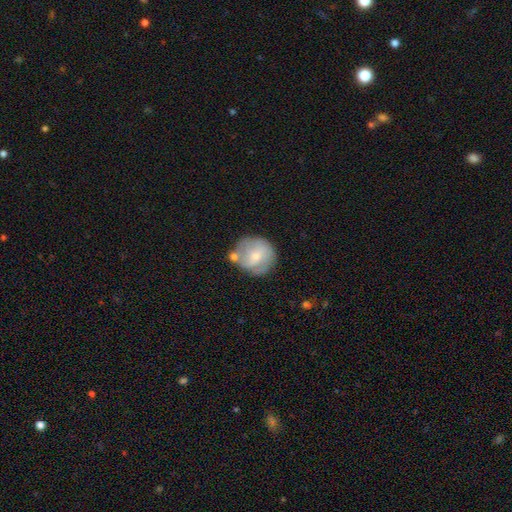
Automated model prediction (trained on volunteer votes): This is possibly a smooth galaxy (54%). How rounded: clearly round (83%). Merging: possibly none (54%).